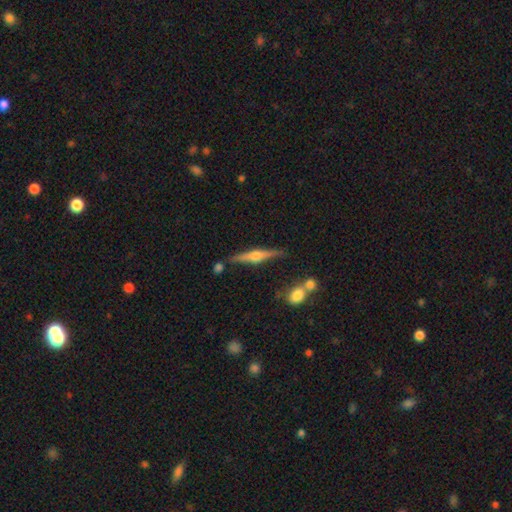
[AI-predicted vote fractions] Smooth or featured: featured or disk — 73% (smooth — 21%)
Edge-on disk: yes — 97% (no — 3%)
Edge-on bulge: rounded — 93% (boxy — 5%)
Merging: none — 81% (minor disturbance — 10%)